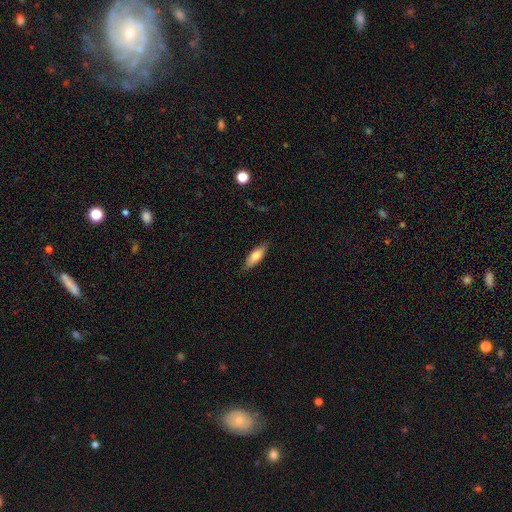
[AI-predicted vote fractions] Morphology: type=smooth (73%); roundness=in between (61%); merging=none (85%).